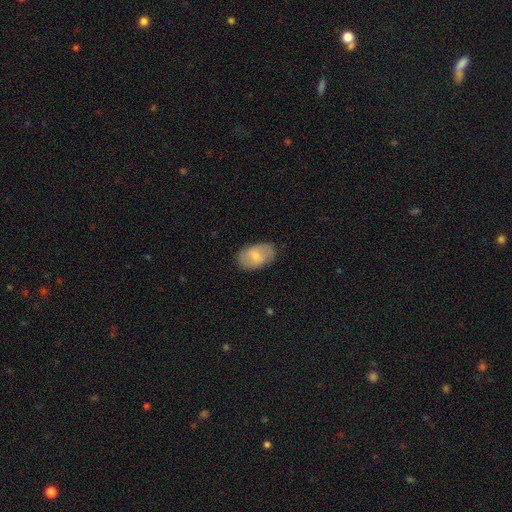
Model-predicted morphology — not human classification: This is likely a smooth galaxy (64%). How rounded: clearly in between (90%). Merging: likely none (77%).